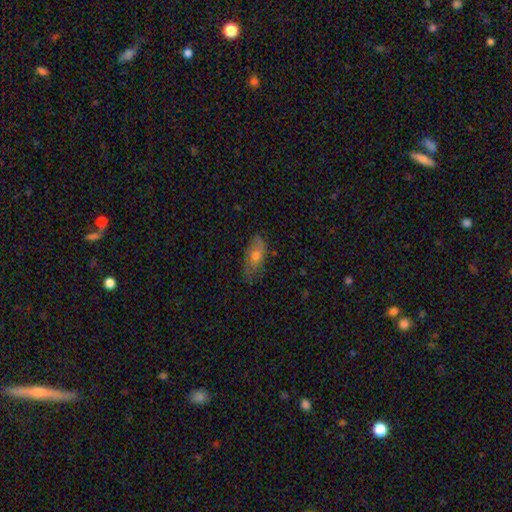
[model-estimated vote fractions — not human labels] A smooth galaxy with no disk features (60%) that is in between round and cigar-shaped (78%). Merging: none (71%).